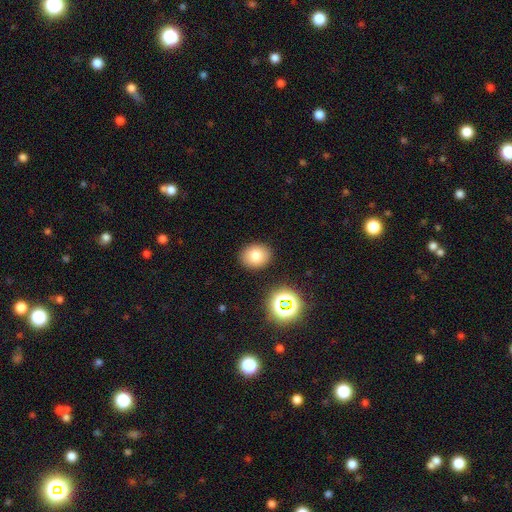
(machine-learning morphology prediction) Overall: smooth (76%). How rounded: round (62%; in between 37%). Merging: none (88%).